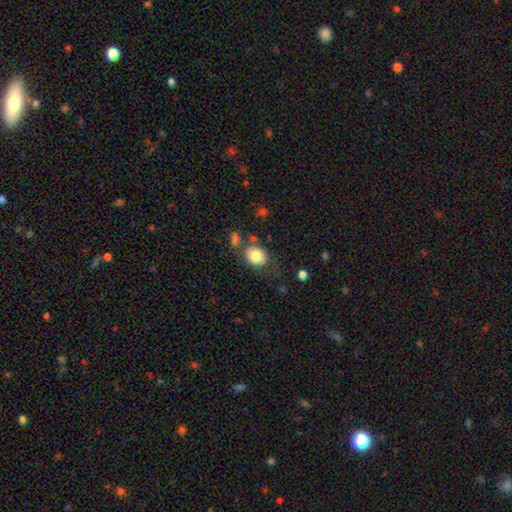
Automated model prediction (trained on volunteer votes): This is clearly a smooth galaxy (81%). How rounded: possibly in between (52%). Merging: likely none (64%).